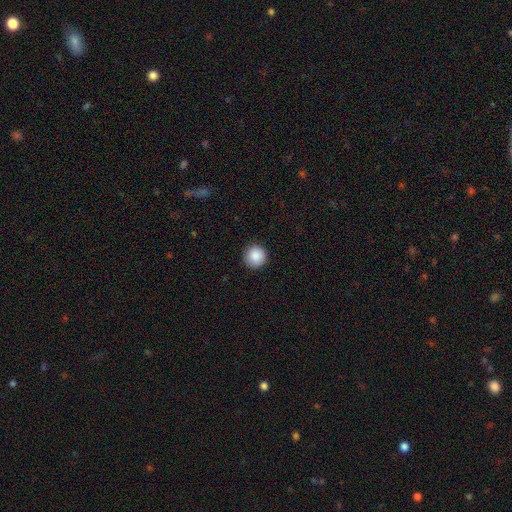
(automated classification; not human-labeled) This appears to be a smooth galaxy with no disk features (88%) that is round (95%). Merging: none (91%).